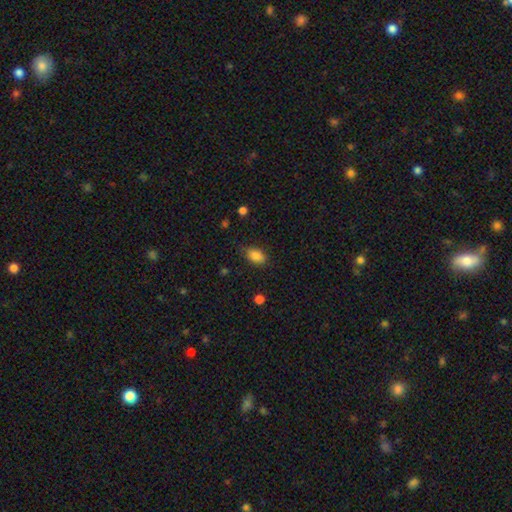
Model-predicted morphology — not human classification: Q: Smooth or featured?
A: smooth (87%); runner-up: star or artifact (9%)
Q: How rounded?
A: in between (88%); runner-up: round (10%)
Q: Merging?
A: none (77%); runner-up: minor disturbance (18%)